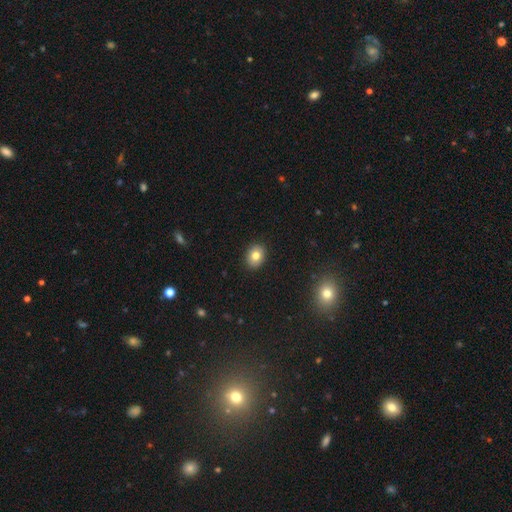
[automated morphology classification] Smooth or featured? Predicted: smooth (p=0.79). How rounded? Predicted: in between (p=0.55). Merging? Predicted: none (p=0.90).